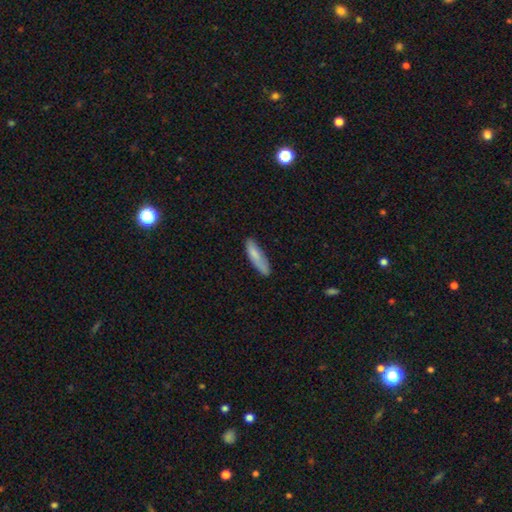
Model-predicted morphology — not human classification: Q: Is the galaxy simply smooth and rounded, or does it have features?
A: smooth — 82%.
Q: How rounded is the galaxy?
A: cigar-shaped — 72%.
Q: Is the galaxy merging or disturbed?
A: none — 76%.